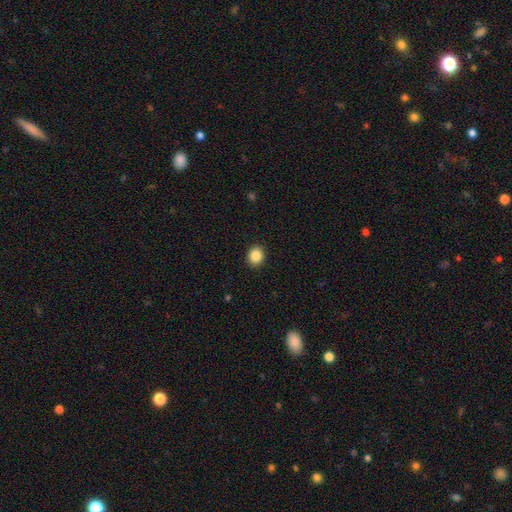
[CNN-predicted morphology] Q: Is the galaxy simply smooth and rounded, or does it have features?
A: smooth — 86%.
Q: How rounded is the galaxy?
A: round — 67%.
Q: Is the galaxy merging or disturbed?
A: none — 91%.